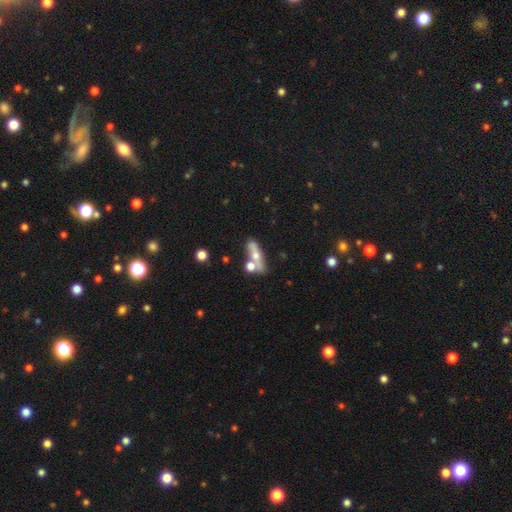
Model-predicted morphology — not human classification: smooth_or_featured: smooth (p=0.47) [alt: featured or disk p=0.44]
merging: none (p=0.46) [alt: merger p=0.32]